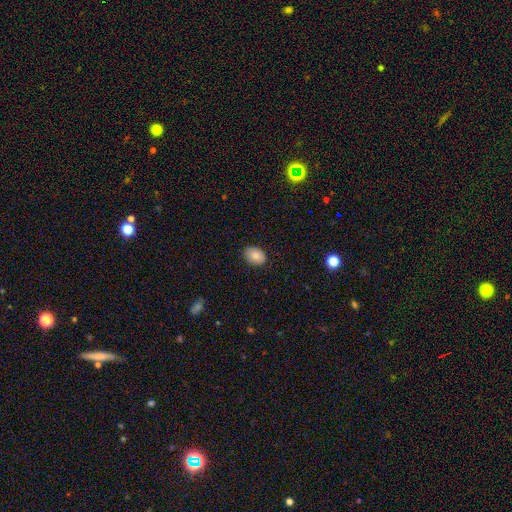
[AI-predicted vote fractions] This appears to be a smooth galaxy with no disk features (86%) that is in between round and cigar-shaped (78%). Merging: none (88%).